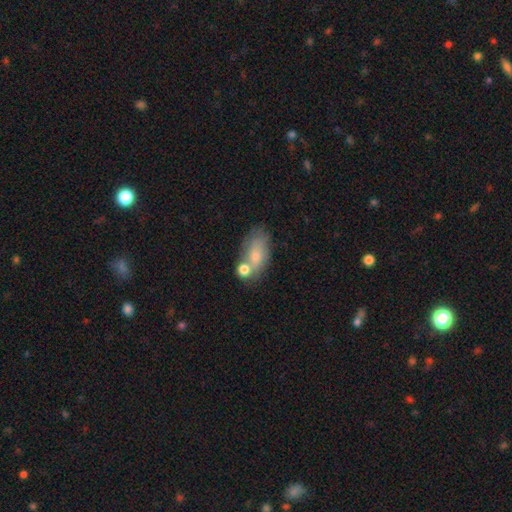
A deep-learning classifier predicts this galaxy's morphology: Overall: smooth (69%). How rounded: in between (86%). Merging: none (42%; merger 30%).